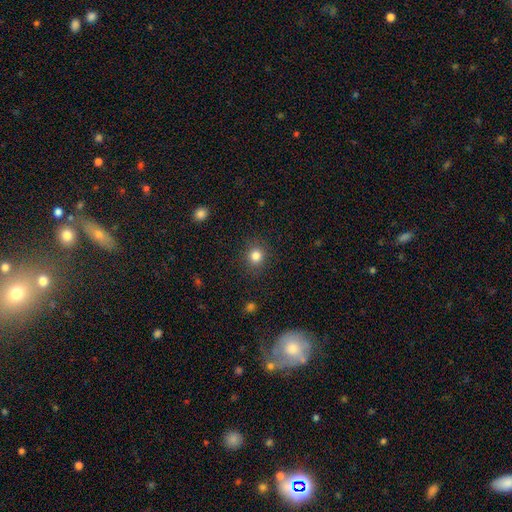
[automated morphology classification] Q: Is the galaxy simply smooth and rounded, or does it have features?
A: smooth — 83%.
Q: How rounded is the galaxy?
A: round — 85%.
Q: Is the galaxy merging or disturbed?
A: none — 88%.